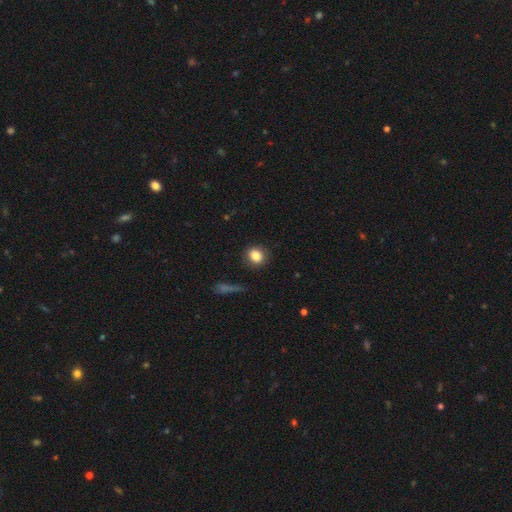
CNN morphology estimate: Smooth or featured? Predicted: smooth (p=0.85). How rounded? Predicted: round (p=0.71). Merging? Predicted: none (p=0.86).